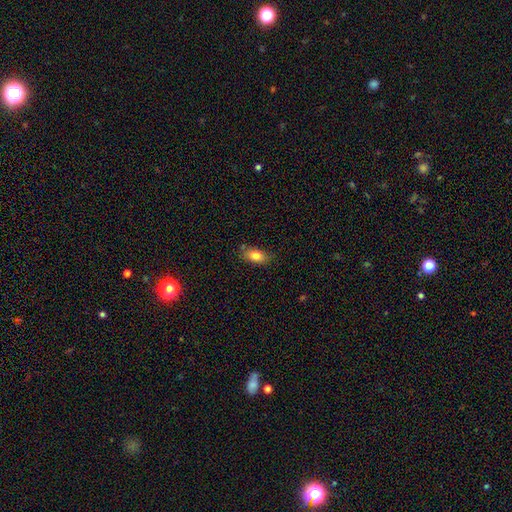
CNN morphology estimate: Smooth or featured? Predicted: smooth (p=0.81). How rounded? Predicted: in between (p=0.88). Merging? Predicted: none (p=0.77).